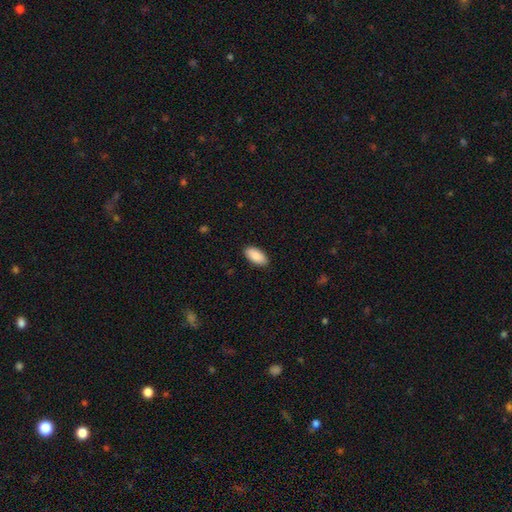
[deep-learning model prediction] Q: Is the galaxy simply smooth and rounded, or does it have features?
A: smooth — 90%.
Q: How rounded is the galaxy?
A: in between — 93%.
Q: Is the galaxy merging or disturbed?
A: none — 88%.